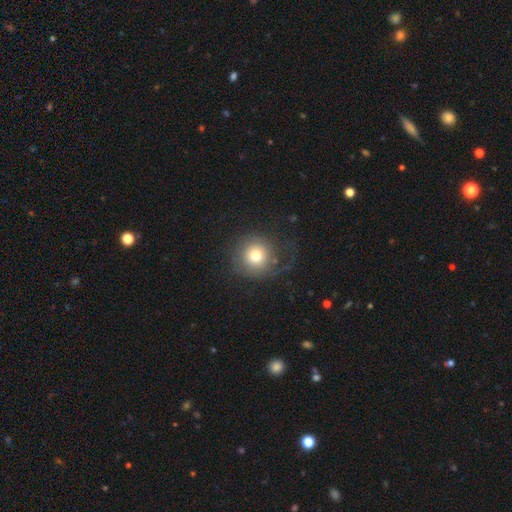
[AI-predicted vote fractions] The model was most divided on "merging": none: 61%, major disturbance: 21%, minor disturbance: 16%, merger: 2%. More confident: how rounded — round (93%); smooth or featured — smooth (69%).